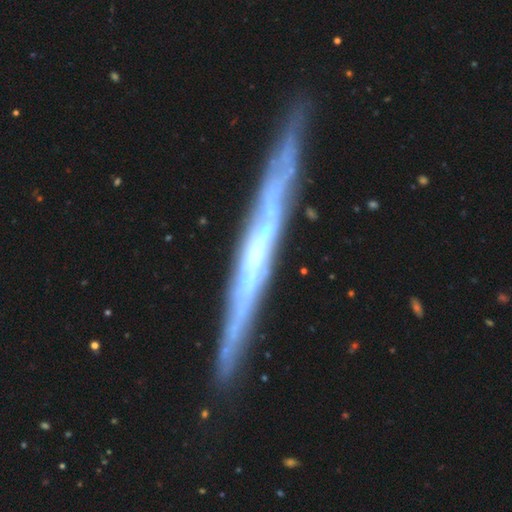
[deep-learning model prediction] Overall: featured or disk (78%). Edge-on disk: yes (91%). Edge-on bulge: none (70%). Merging: none (80%).